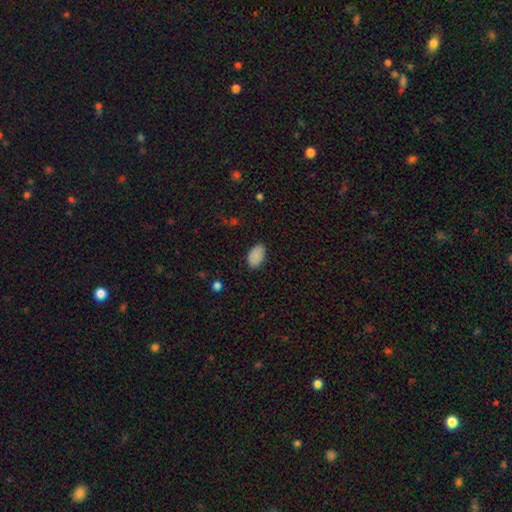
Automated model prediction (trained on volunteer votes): Smooth or featured? smooth (87%)
How rounded? in between (93%)
Merging? none (82%)